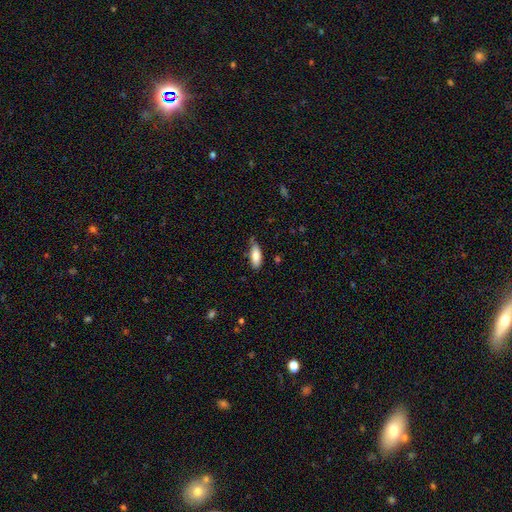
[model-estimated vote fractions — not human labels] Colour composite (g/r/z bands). It shows a smooth galaxy with no disk features (83%) that is in between round and cigar-shaped (79%). Merging: none (69%).